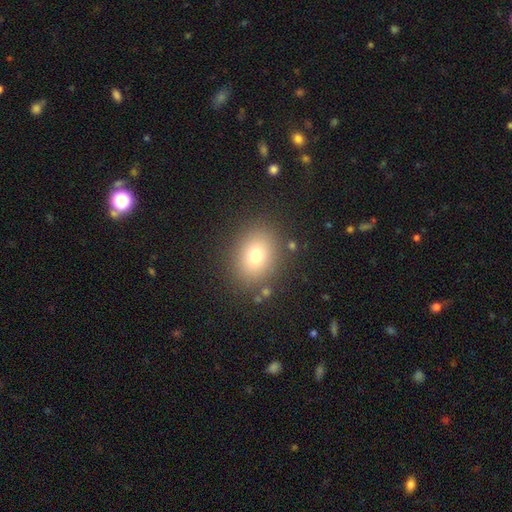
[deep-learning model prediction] smooth-or-featured: smooth: 74% | star or artifact: 13% | featured or disk: 12%
  how-rounded: in between: 52% | round: 47% | cigar-shaped: 1%
  merging: none: 85% | minor disturbance: 9% | major disturbance: 4% | merger: 2%